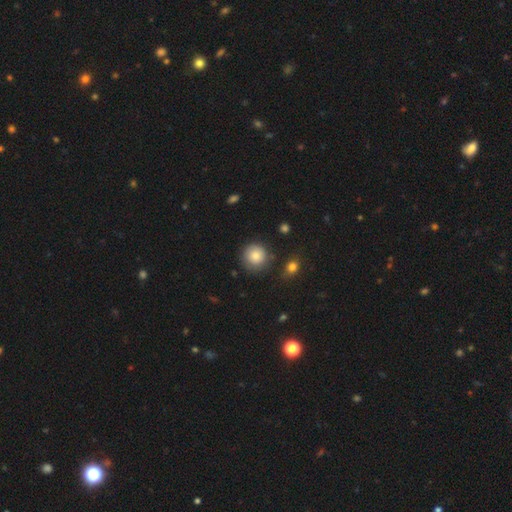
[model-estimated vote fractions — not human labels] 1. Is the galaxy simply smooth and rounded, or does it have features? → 82% smooth, 10% featured or disk, 8% star or artifact.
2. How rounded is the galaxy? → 93% round, 6% in between, 1% cigar-shaped.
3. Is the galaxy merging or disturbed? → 79% none, 13% minor disturbance, 4% major disturbance, 3% merger.